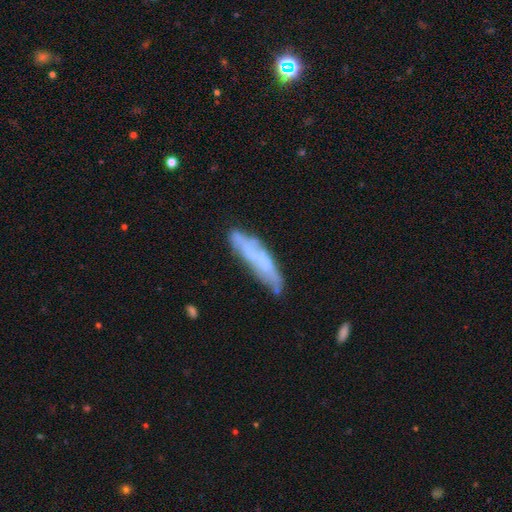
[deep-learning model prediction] featured or disk 52%, smooth 40%, star or artifact 8%. Down the decision tree: edge-on disk — no (52%); merging — none (65%).